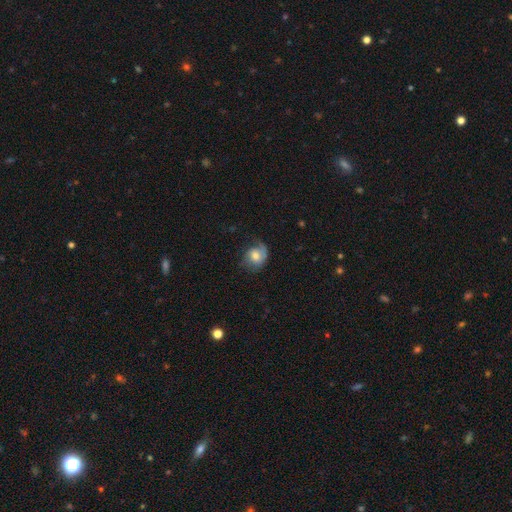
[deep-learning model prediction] Smooth or featured?
  - smooth: 50% *
  - featured or disk: 43%
  - star or artifact: 8%
Merging?
  - none: 50% *
  - minor disturbance: 27%
  - major disturbance: 21%
  - merger: 2%